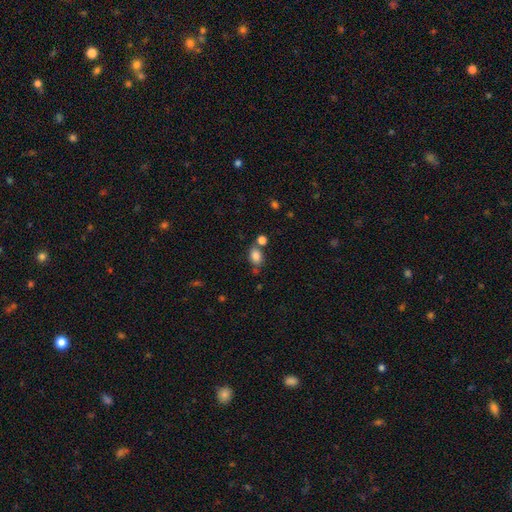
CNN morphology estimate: Q: Smooth or featured?
A: smooth (83%); runner-up: star or artifact (10%)
Q: How rounded?
A: in between (72%); runner-up: round (27%)
Q: Merging?
A: none (60%); runner-up: merger (19%)